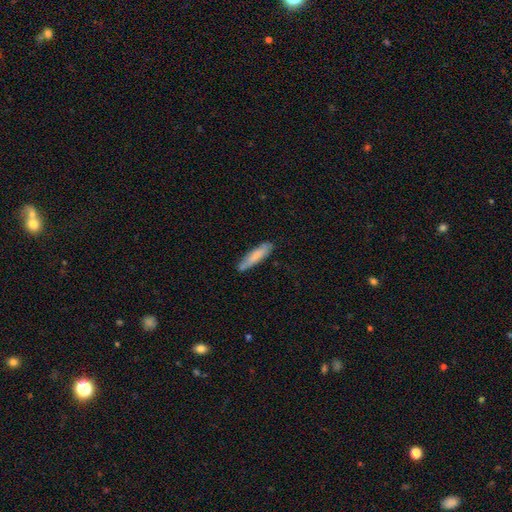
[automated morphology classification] Smooth or featured?
  - smooth: 78% *
  - featured or disk: 17%
  - star or artifact: 6%
How rounded?
  - cigar-shaped: 80% *
  - in between: 18%
  - round: 1%
Merging?
  - none: 75% *
  - minor disturbance: 19%
  - merger: 4%
  - major disturbance: 3%